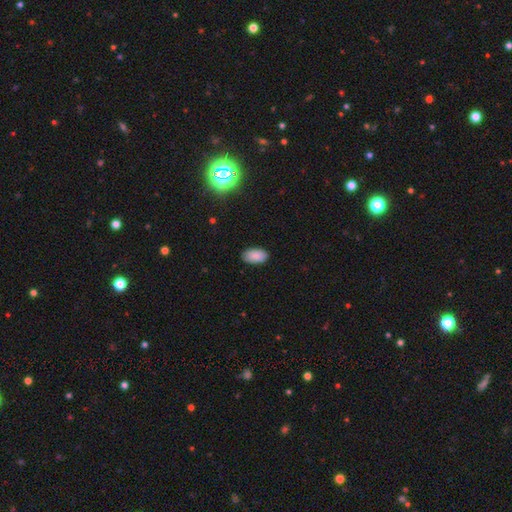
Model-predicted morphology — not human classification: The model was most divided on "merging": none: 87%, minor disturbance: 10%, major disturbance: 2%, merger: 1%. More confident: how rounded — in between (95%); smooth or featured — smooth (86%).